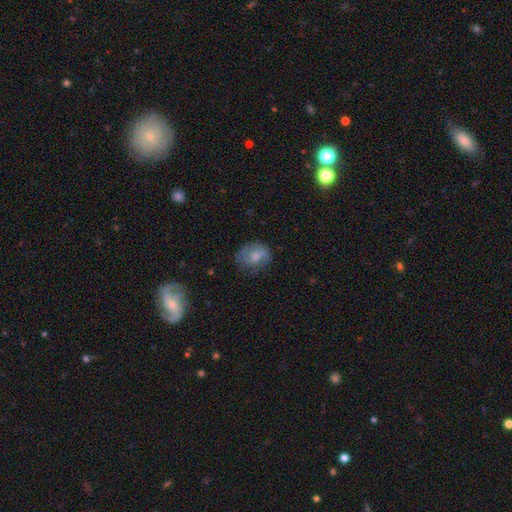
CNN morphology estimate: smooth-or-featured: smooth: 56% | featured or disk: 36% | star or artifact: 8%
  how-rounded: round: 50% | in between: 49% | cigar-shaped: 1%
  merging: none: 62% | minor disturbance: 25% | major disturbance: 11% | merger: 2%